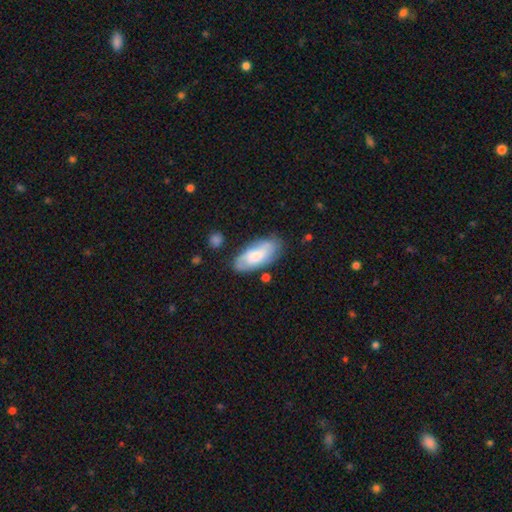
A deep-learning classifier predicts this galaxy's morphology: The model was most divided on "smooth or featured": smooth: 51%, featured or disk: 42%, star or artifact: 6%. More confident: how rounded — in between (88%); merging — none (72%).